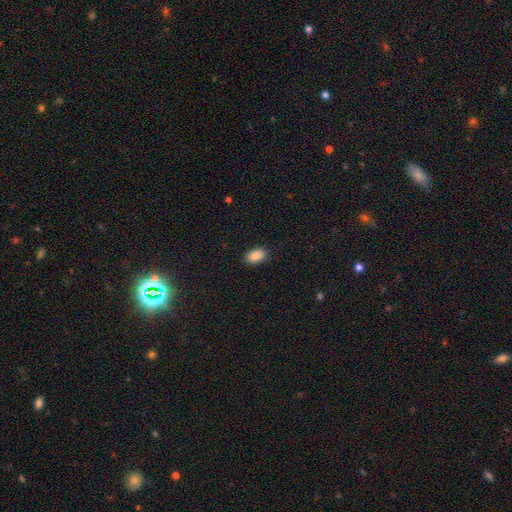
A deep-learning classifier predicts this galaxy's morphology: The model was most divided on "merging": none: 87%, minor disturbance: 10%, major disturbance: 2%, merger: 1%. More confident: how rounded — in between (91%); smooth or featured — smooth (88%).